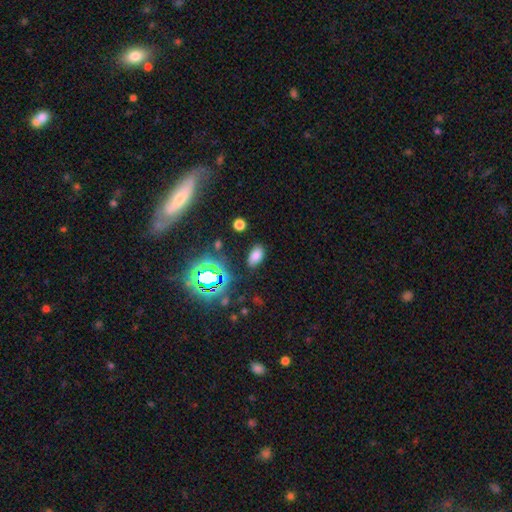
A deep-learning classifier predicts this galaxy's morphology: smooth 70%, star or artifact 23%, featured or disk 7%. Down the decision tree: how rounded — in between (91%); merging — none (84%).